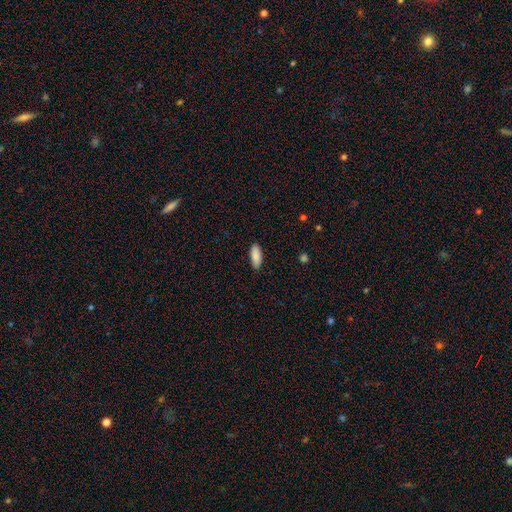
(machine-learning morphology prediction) smooth_or_featured: smooth (p=0.89) [alt: star or artifact p=0.06]
how_rounded: in between (p=0.78) [alt: cigar-shaped p=0.20]
merging: none (p=0.88) [alt: minor disturbance p=0.09]